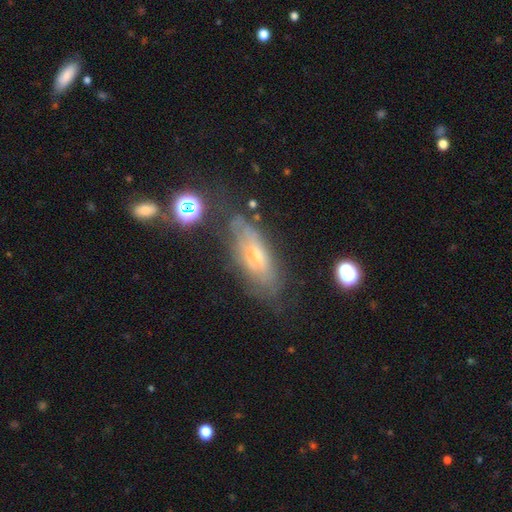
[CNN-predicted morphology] Smooth or featured? featured or disk (58%)
Edge-on disk? no (69%)
Merging? none (62%)